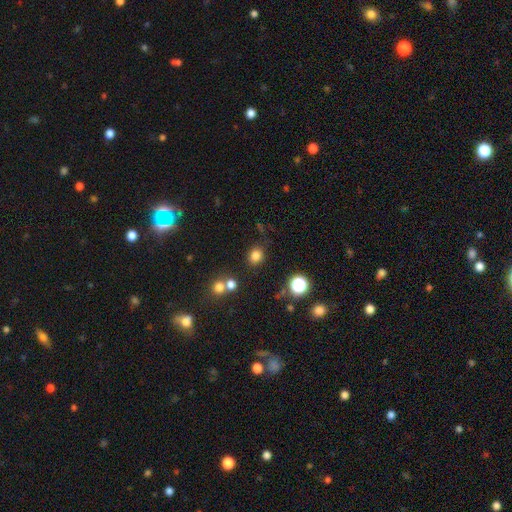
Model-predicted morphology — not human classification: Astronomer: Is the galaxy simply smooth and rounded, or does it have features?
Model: smooth — 80%.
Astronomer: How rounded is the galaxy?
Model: round — 74%.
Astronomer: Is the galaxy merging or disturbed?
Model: none — 82%.